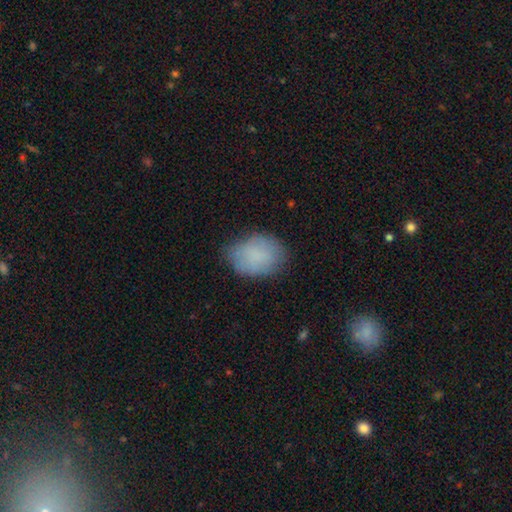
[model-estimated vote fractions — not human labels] Smooth or featured: smooth — 82% (featured or disk — 11%)
How rounded: in between — 70% (round — 29%)
Merging: none — 68% (minor disturbance — 24%)